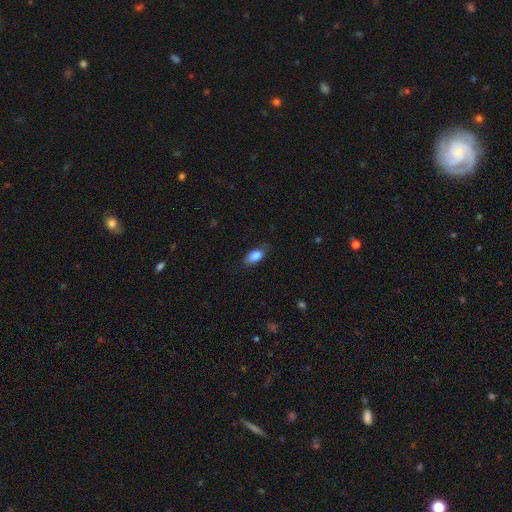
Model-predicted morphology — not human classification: Smooth or featured? smooth (83%)
How rounded? in between (87%)
Merging? none (80%)